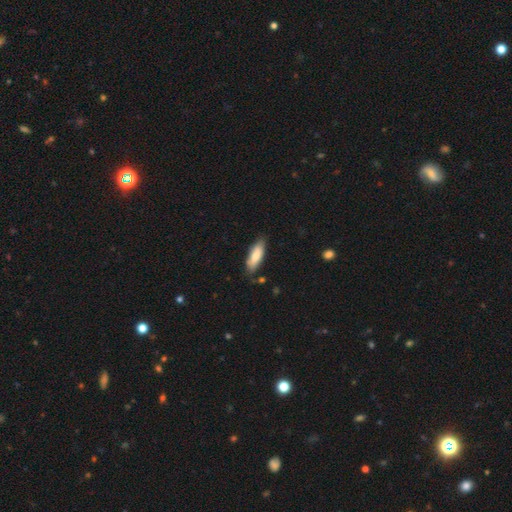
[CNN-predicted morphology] Smooth or featured?
  - smooth: 81% *
  - featured or disk: 14%
  - star or artifact: 6%
How rounded?
  - in between: 62% *
  - cigar-shaped: 37%
  - round: 2%
Merging?
  - none: 76% *
  - minor disturbance: 19%
  - major disturbance: 3%
  - merger: 2%